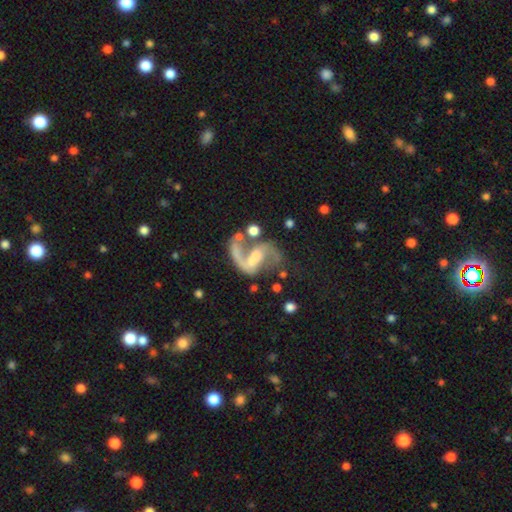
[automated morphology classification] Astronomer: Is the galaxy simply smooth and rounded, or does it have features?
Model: featured or disk — 86%.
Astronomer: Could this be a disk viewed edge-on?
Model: no — 98%.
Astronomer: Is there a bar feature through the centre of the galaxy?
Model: weak — 41% (runner-up: no, 37%).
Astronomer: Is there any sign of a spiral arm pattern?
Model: yes — 92%.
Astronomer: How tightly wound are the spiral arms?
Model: loose — 59%.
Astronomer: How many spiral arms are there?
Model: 2 — 79%.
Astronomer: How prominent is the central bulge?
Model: small — 47% (runner-up: moderate, 36%).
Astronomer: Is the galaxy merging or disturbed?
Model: none — 39% (runner-up: major disturbance, 25%).